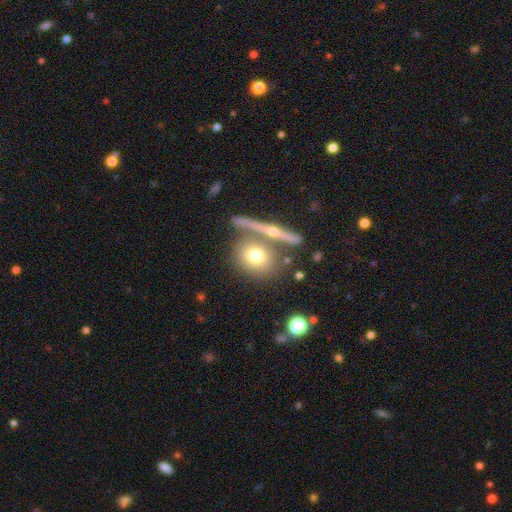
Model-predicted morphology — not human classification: Overall: smooth (64%; featured or disk 27%). How rounded: round (73%). Merging: none (65%).